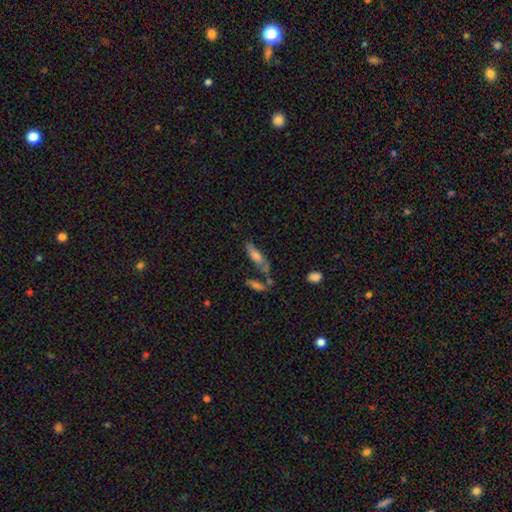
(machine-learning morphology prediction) A smooth galaxy with no disk features (61%) that is in between round and cigar-shaped (50%). Merging: none (55%).